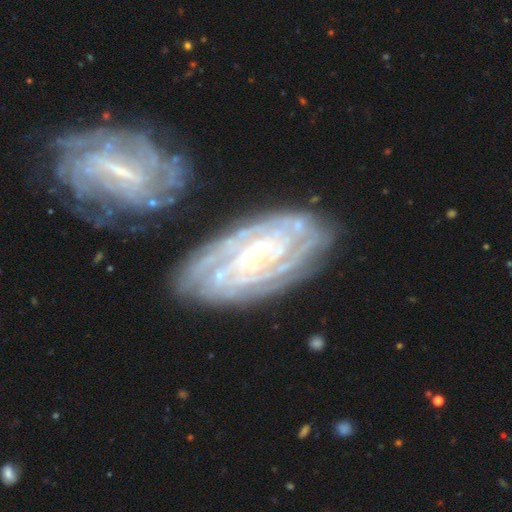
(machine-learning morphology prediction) This is clearly a featured or disk galaxy (85%). It is clearly not viewed edge-on (94%). Bar: possibly no (52%). Spiral arm pattern: clearly yes (95%). Spiral arm count: marginally can't tell (40%). Spiral winding: clearly tight (81%). Central bulge: clearly small (81%). Merging: likely none (72%).